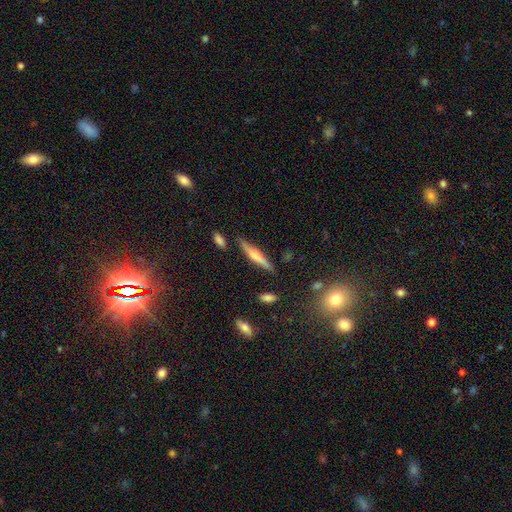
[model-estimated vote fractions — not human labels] Smooth or featured? Predicted: featured or disk (p=0.47). Merging? Predicted: none (p=0.77).